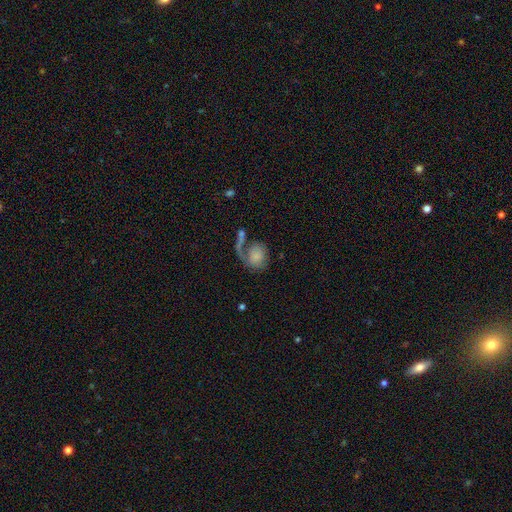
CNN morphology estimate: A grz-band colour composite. It shows a smooth galaxy with no disk features (58%) that is round (62%). Merging: none (33%).